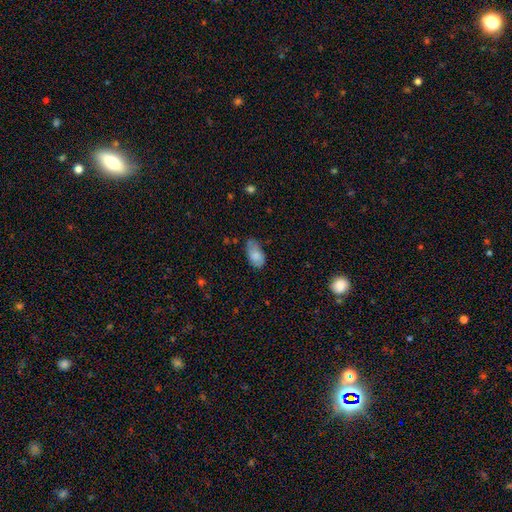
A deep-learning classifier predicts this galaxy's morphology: smooth_or_featured: smooth (p=0.77) [alt: featured or disk p=0.16]
how_rounded: in between (p=0.93) [alt: round p=0.05]
merging: none (p=0.51) [alt: minor disturbance p=0.36]